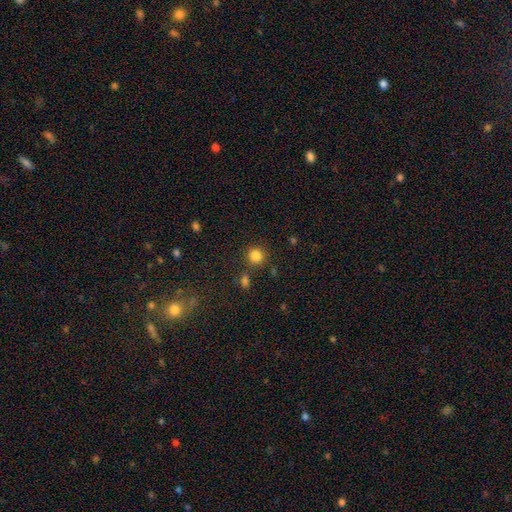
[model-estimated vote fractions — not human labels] Q: Smooth or featured?
A: smooth (83%); runner-up: star or artifact (12%)
Q: How rounded?
A: round (92%); runner-up: in between (7%)
Q: Merging?
A: none (83%); runner-up: minor disturbance (8%)